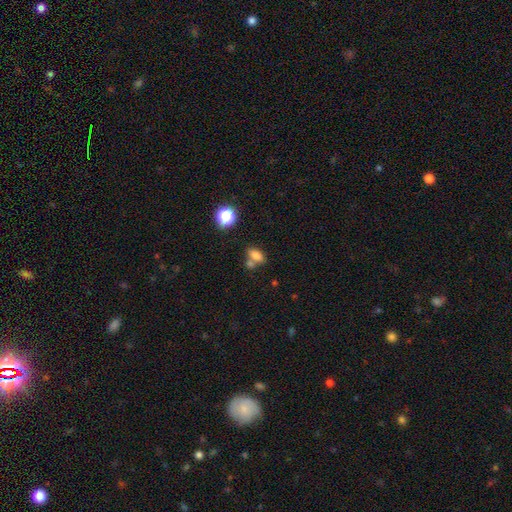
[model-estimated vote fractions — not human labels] This is likely a smooth galaxy (78%). How rounded: clearly in between (82%). Merging: possibly none (52%).